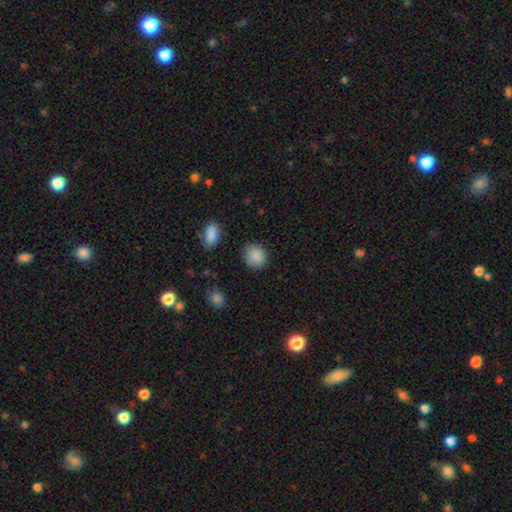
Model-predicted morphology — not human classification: Smooth or featured? Predicted: smooth (p=0.88). How rounded? Predicted: round (p=0.63). Merging? Predicted: none (p=0.84).